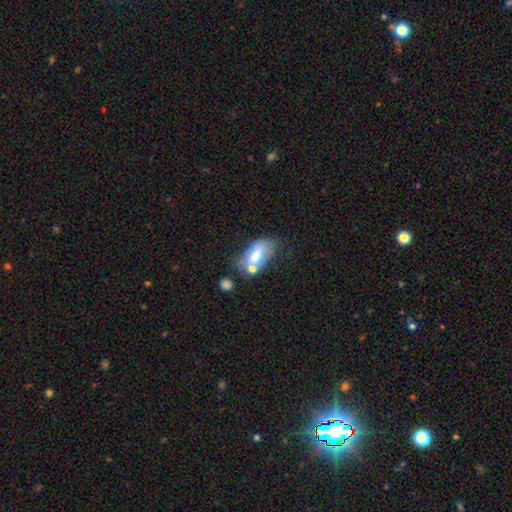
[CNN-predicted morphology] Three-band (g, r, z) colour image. It shows a smooth galaxy with no disk features (66%) that is in between round and cigar-shaped (90%). Merging: none (41%).